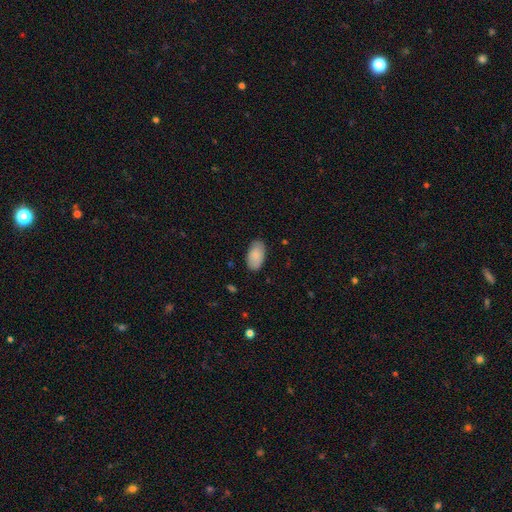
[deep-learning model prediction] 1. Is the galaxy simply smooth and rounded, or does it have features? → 87% smooth, 7% featured or disk, 6% star or artifact.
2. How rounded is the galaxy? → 95% in between, 3% round, 2% cigar-shaped.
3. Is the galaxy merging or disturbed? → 82% none, 15% minor disturbance, 3% major disturbance, 1% merger.